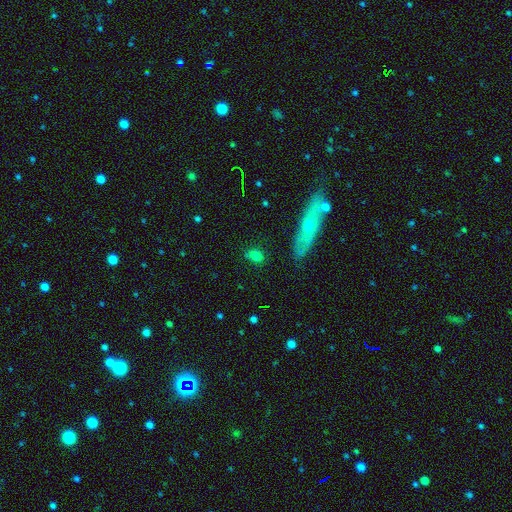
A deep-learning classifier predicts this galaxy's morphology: smooth 76%, star or artifact 13%, featured or disk 12%. Down the decision tree: how rounded — in between (64%); merging — none (76%).